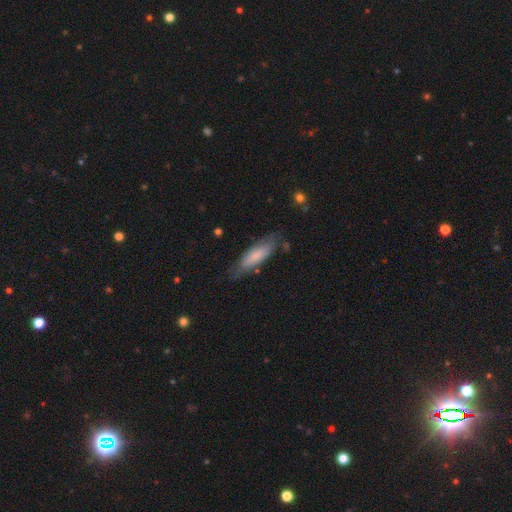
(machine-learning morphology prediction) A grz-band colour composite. It shows a smooth galaxy with no disk features (70%) that is cigar-shaped (50%). Merging: none (70%).